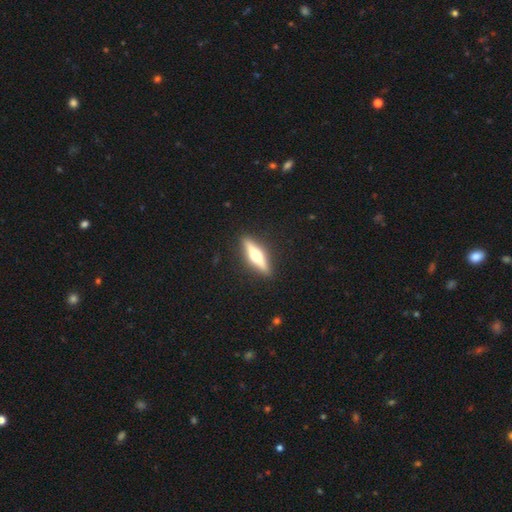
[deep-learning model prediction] Smooth or featured: featured or disk — 65% (smooth — 30%)
Edge-on disk: yes — 96% (no — 4%)
Edge-on bulge: rounded — 95% (boxy — 3%)
Merging: none — 91% (minor disturbance — 6%)